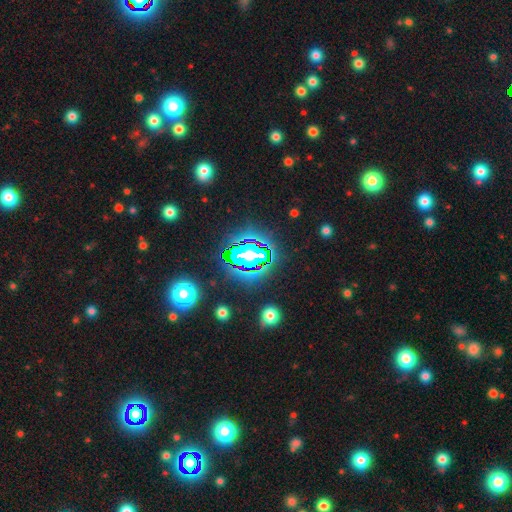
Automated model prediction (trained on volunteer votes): This is likely a star or artifact rather than a galaxy (65%).